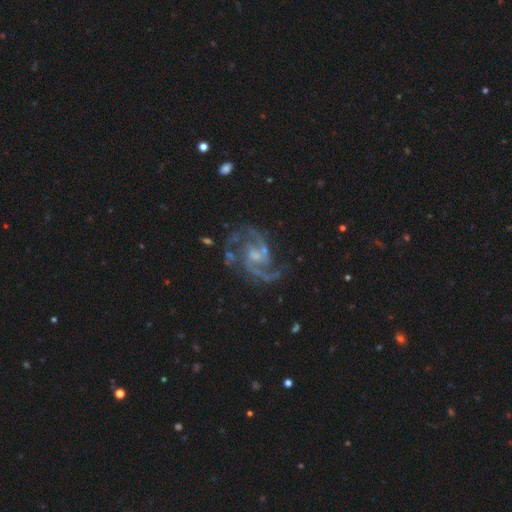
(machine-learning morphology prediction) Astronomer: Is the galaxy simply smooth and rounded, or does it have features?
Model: featured or disk — 92%.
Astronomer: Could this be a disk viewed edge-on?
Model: no — 98%.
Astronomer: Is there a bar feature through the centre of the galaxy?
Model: weak — 50% (runner-up: no, 37%).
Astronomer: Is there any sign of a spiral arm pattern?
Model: yes — 98%.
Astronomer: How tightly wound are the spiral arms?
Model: medium — 63%.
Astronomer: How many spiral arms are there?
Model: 2 — 73%.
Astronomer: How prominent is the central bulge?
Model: small — 53% (runner-up: moderate, 29%).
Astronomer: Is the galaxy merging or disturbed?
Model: none — 68%.